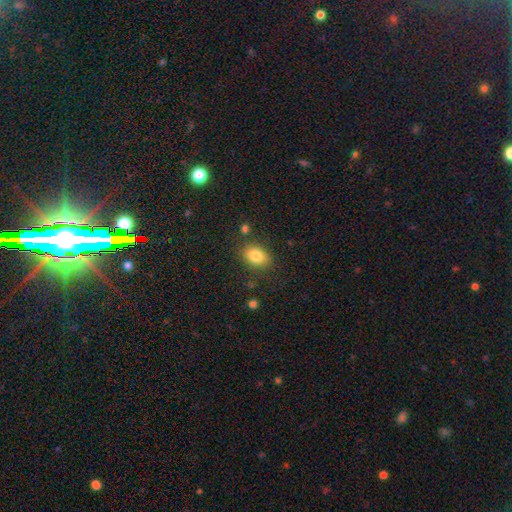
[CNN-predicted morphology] This is clearly a smooth galaxy (83%). How rounded: likely in between (76%). Merging: clearly none (81%).